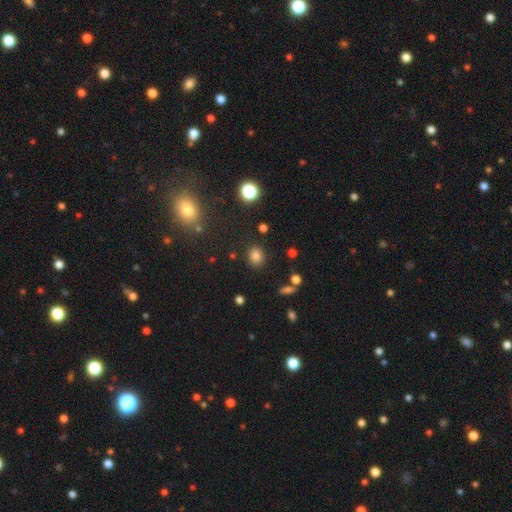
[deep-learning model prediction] A smooth galaxy with no disk features (80%) that is round (64%).

Vote fractions:
- Smooth or featured? smooth: 80% / star or artifact: 15% / featured or disk: 6%
- How rounded? round: 64% / in between: 35% / cigar-shaped: 1%
- Merging? none: 86% / minor disturbance: 9% / major disturbance: 3% / merger: 3%